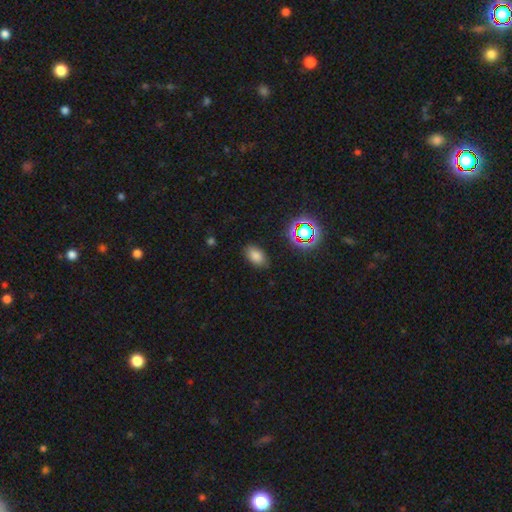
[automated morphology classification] smooth 75%, star or artifact 17%, featured or disk 8%. Down the decision tree: how rounded — in between (89%); merging — none (85%).